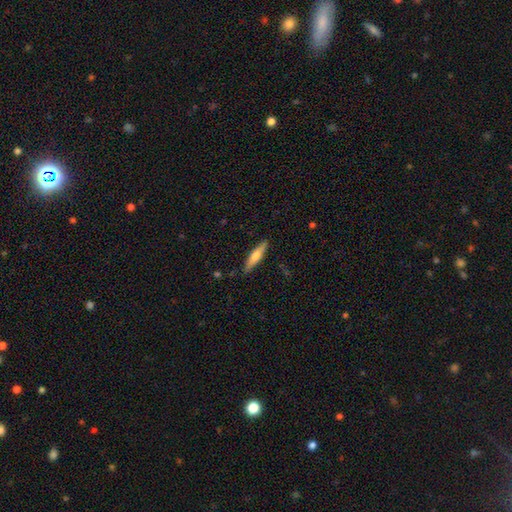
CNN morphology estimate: This appears to be a smooth galaxy with no disk features (53%) that is cigar-shaped (82%). Merging: none (88%).